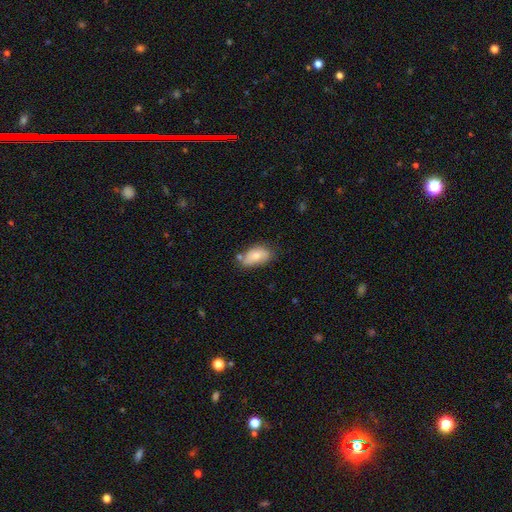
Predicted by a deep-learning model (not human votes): A smooth galaxy with no disk features (74%) that is in between round and cigar-shaped (93%).

Vote fractions:
- Smooth or featured? smooth: 74% / featured or disk: 18% / star or artifact: 7%
- How rounded? in between: 93% / round: 5% / cigar-shaped: 3%
- Merging? none: 57% / minor disturbance: 27% / merger: 9% / major disturbance: 6%